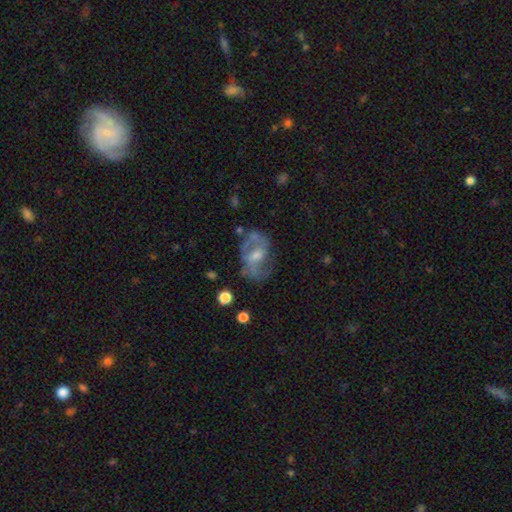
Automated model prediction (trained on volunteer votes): Smooth or featured: featured or disk — 71% (smooth — 20%)
Edge-on disk: no — 96% (yes — 4%)
Bar: weak — 45% (no — 38%)
Spiral arms: yes — 73% (no — 27%)
Bulge size: moderate — 50% (small — 35%)
Merging: none — 58% (minor disturbance — 21%)